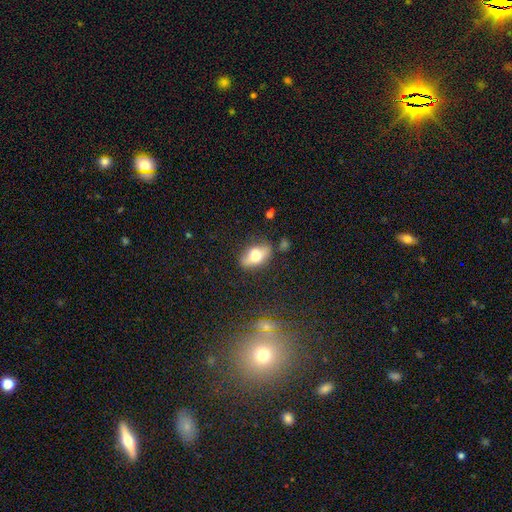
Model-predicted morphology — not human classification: The model was most divided on "smooth or featured": smooth: 64%, featured or disk: 27%, star or artifact: 9%. More confident: how rounded — in between (86%); merging — none (73%).